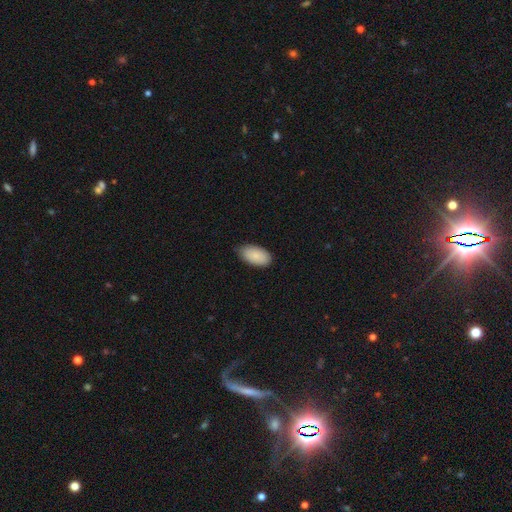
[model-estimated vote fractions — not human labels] The model was most divided on "merging": none: 81%, minor disturbance: 16%, major disturbance: 2%, merger: 1%. More confident: how rounded — in between (96%); smooth or featured — smooth (87%).